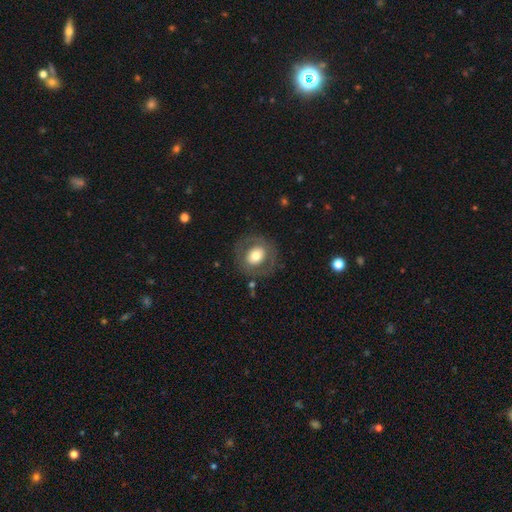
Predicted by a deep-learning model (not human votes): Smooth or featured? Predicted: smooth (p=0.56). How rounded? Predicted: round (p=0.76). Merging? Predicted: none (p=0.80).